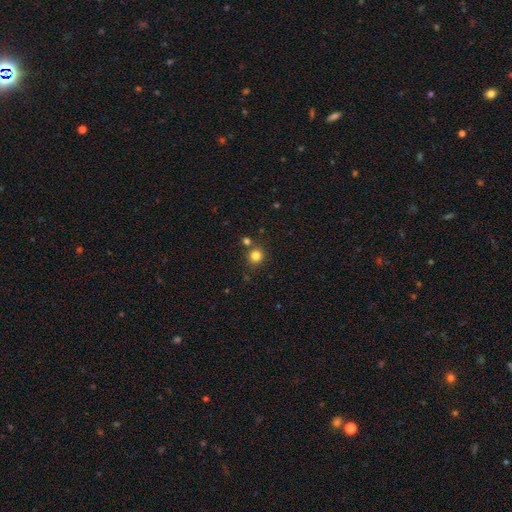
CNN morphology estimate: Smooth or featured: smooth — 82% (star or artifact — 13%)
How rounded: round — 91% (in between — 8%)
Merging: none — 78% (merger — 11%)